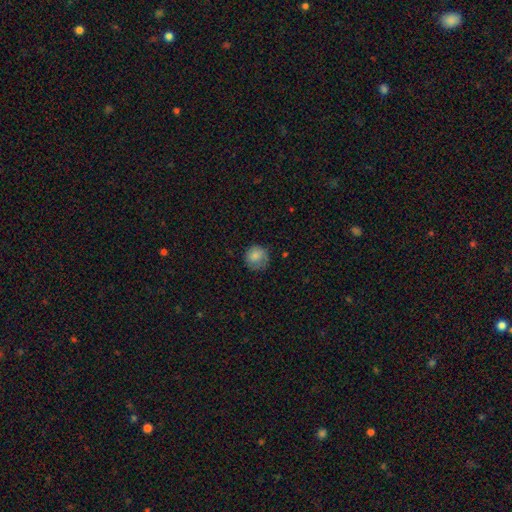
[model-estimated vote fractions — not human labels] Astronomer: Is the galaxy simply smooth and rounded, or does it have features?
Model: smooth — 83%.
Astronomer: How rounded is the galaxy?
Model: round — 89%.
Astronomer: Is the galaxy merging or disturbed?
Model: none — 72%.